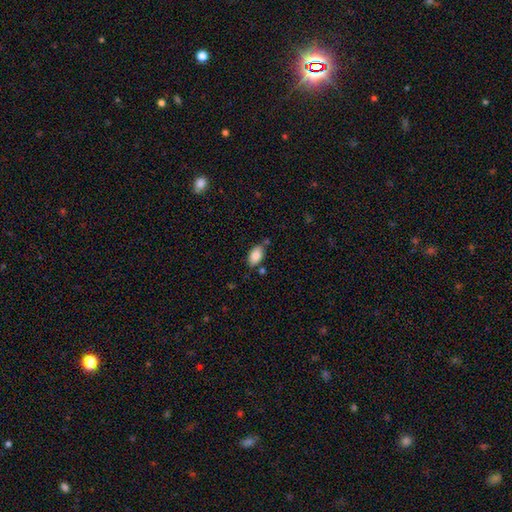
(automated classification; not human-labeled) Overall: smooth (87%). How rounded: in between (93%). Merging: none (70%).